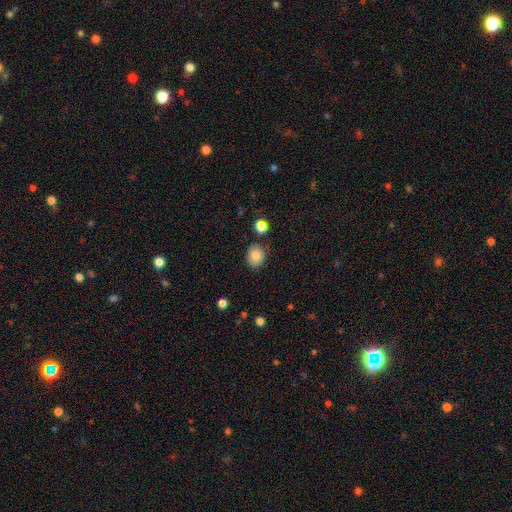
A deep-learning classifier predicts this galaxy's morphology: Overall: smooth (80%). How rounded: round (57%; in between 42%). Merging: none (78%).